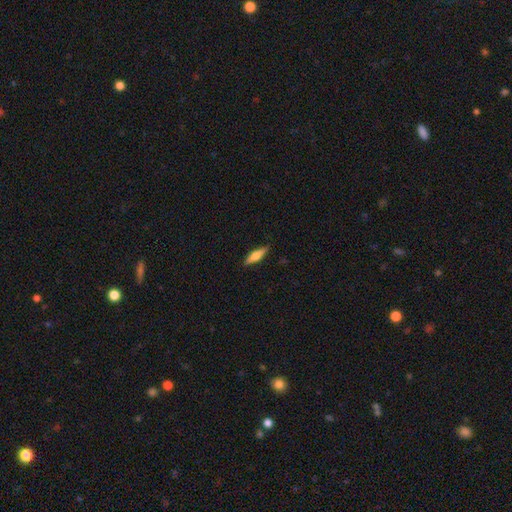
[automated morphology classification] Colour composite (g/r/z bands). It shows a smooth galaxy with no disk features (50%) that is cigar-shaped (69%). Merging: none (89%).